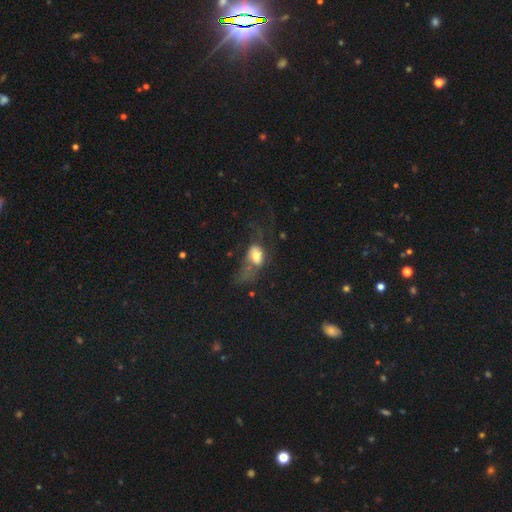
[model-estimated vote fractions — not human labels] This is likely a smooth galaxy (62%). How rounded: likely in between (78%). Merging: possibly major disturbance (56%).